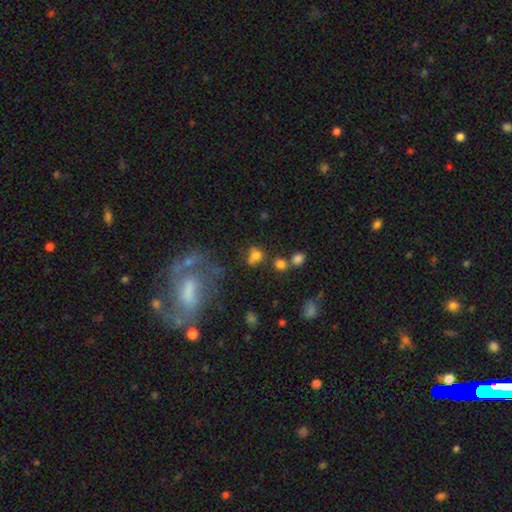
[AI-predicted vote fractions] smooth-or-featured: smooth: 71% | star or artifact: 18% | featured or disk: 11%
  how-rounded: round: 67% | in between: 32% | cigar-shaped: 2%
  merging: none: 51% | merger: 24% | minor disturbance: 16% | major disturbance: 9%